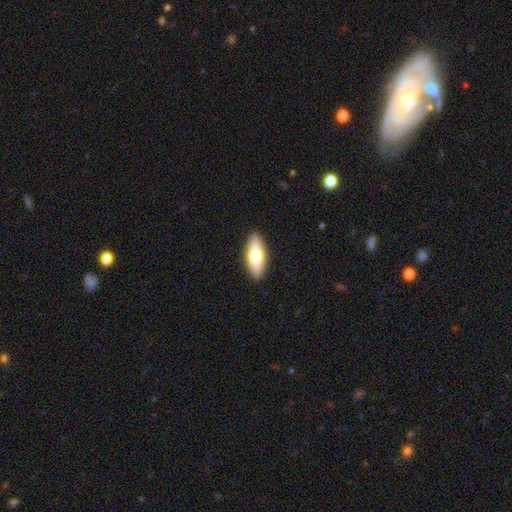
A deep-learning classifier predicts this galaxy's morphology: This is likely a smooth galaxy (65%). How rounded: likely in between (70%). Merging: clearly none (90%).